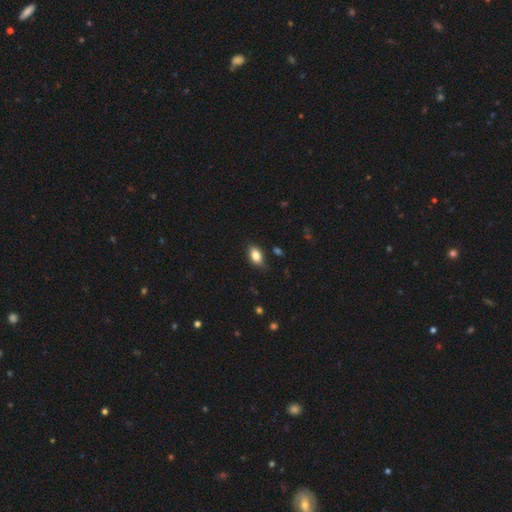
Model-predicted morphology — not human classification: The model was most divided on "merging": none: 81%, minor disturbance: 15%, major disturbance: 3%, merger: 1%. More confident: how rounded — in between (88%); smooth or featured — smooth (81%).